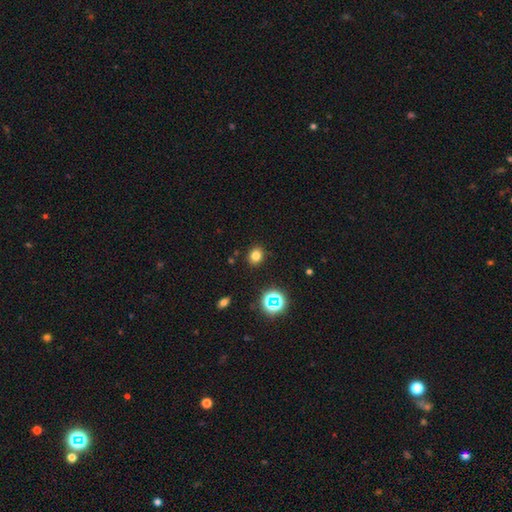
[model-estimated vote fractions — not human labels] Smooth or featured: smooth — 76% (star or artifact — 17%)
How rounded: round — 68% (in between — 31%)
Merging: none — 89% (minor disturbance — 7%)